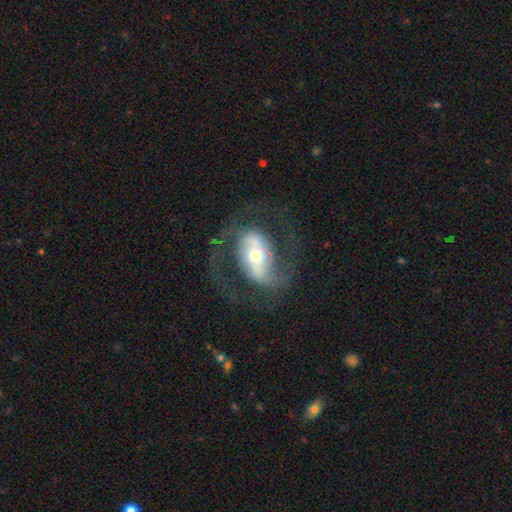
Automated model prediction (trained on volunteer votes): Smooth or featured? Predicted: featured or disk (p=0.76). Edge-on disk? Predicted: no (p=0.95). Bar? Predicted: strong (p=0.37). Spiral arms? Predicted: yes (p=0.79). Spiral winding? Predicted: medium (p=0.46). Spiral arm count? Predicted: 2 (p=0.86). Bulge size? Predicted: moderate (p=0.67). Merging? Predicted: none (p=0.63).